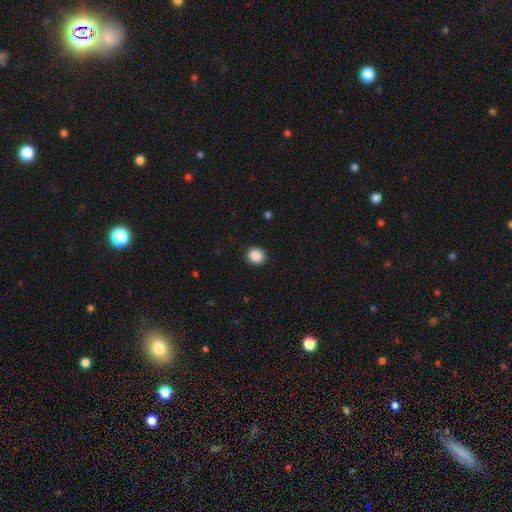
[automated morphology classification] The model was most divided on "how rounded": round: 86%, in between: 13%, cigar-shaped: 1%. More confident: merging — none (91%); smooth or featured — smooth (89%).